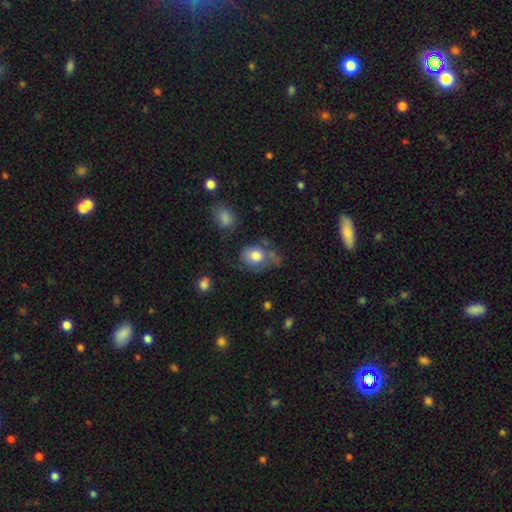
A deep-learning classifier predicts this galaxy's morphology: Smooth or featured: smooth — 73% (featured or disk — 19%)
How rounded: in between — 57% (round — 42%)
Merging: none — 44% (minor disturbance — 29%)